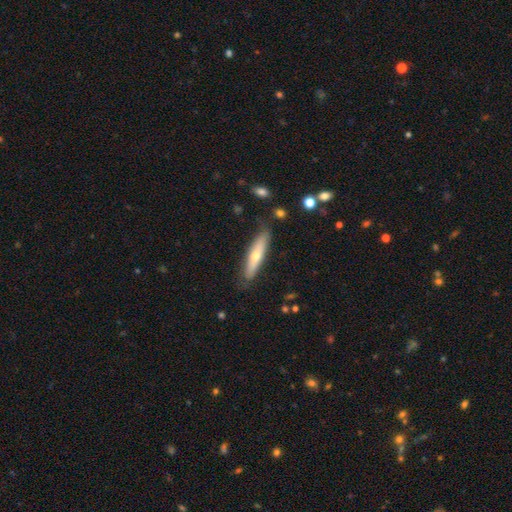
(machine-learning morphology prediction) Smooth or featured? Predicted: smooth (p=0.53). How rounded? Predicted: cigar-shaped (p=0.77). Merging? Predicted: none (p=0.83).